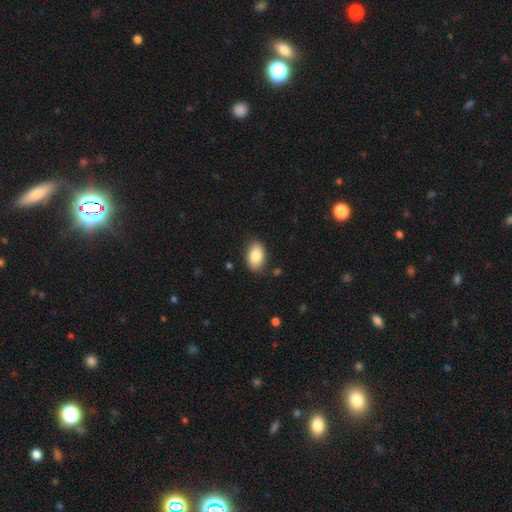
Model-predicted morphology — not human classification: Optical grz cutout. It shows a smooth galaxy with no disk features (85%) that is in between round and cigar-shaped (92%). Merging: none (85%).